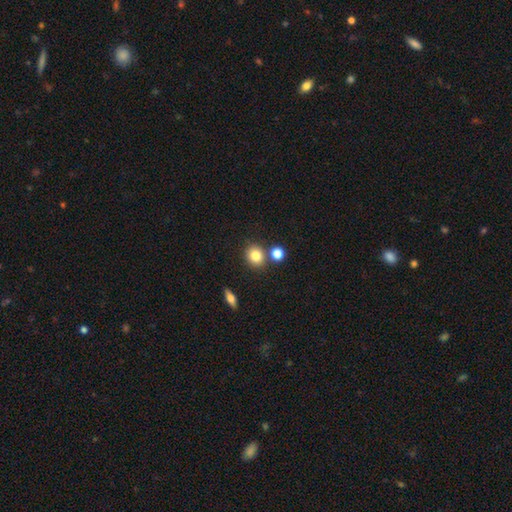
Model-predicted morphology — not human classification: Smooth or featured? smooth (82%)
How rounded? round (79%)
Merging? none (74%)